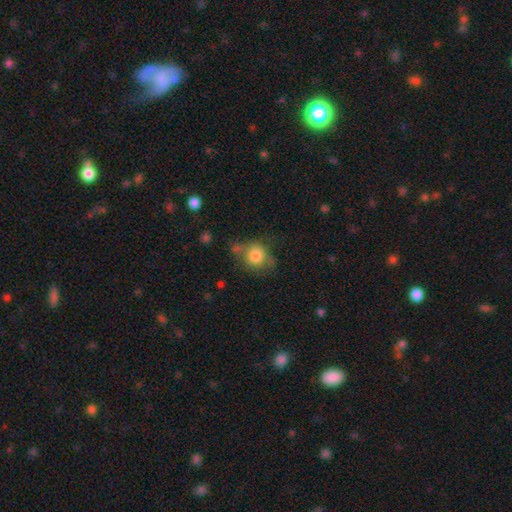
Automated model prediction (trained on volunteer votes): Smooth or featured?
  - smooth: 76% *
  - featured or disk: 15%
  - star or artifact: 9%
How rounded?
  - round: 74% *
  - in between: 25%
  - cigar-shaped: 1%
Merging?
  - none: 53% *
  - minor disturbance: 26%
  - major disturbance: 12%
  - merger: 10%